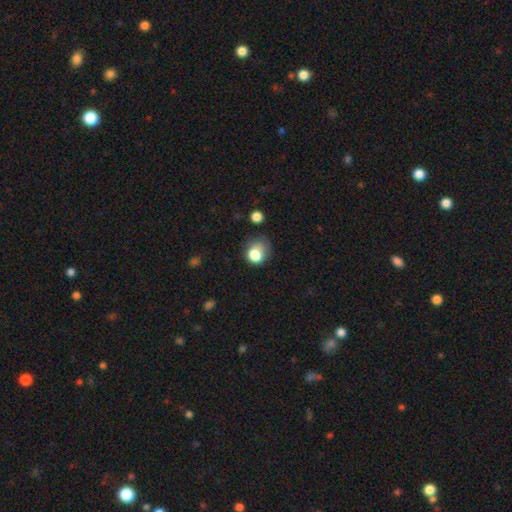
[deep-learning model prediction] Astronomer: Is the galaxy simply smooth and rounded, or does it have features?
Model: smooth — 77%.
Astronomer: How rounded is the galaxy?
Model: round — 58% (runner-up: in between, 41%).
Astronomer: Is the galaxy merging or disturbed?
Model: none — 35% (runner-up: minor disturbance, 33%).